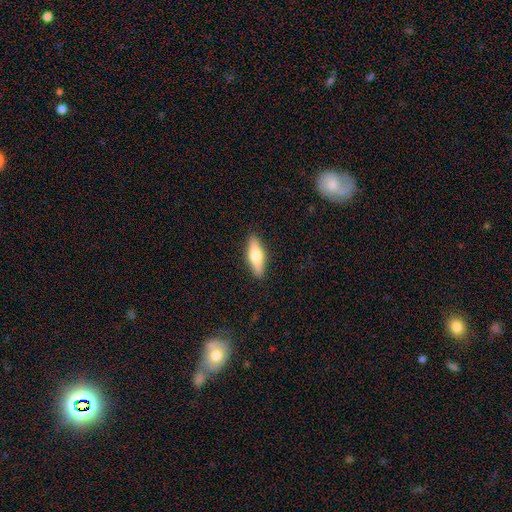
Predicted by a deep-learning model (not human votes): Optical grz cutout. It shows a smooth galaxy with no disk features (56%) that is cigar-shaped (49%). Merging: none (89%).